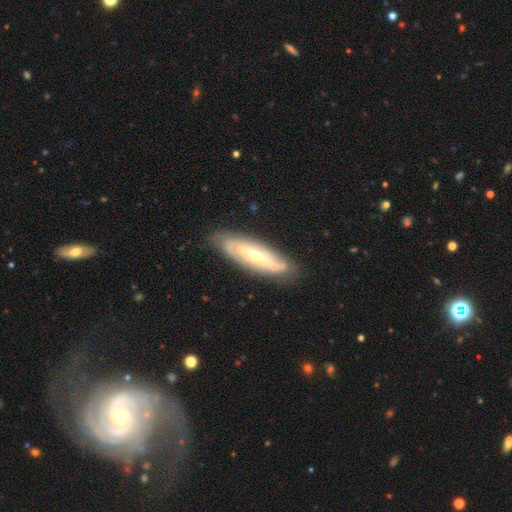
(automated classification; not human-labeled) Smooth or featured? Predicted: featured or disk (p=0.73). Edge-on disk? Predicted: no (p=0.72). Bar? Predicted: no (p=0.47). Spiral arms? Predicted: yes (p=0.68). Bulge size? Predicted: small (p=0.48, tied with moderate). Merging? Predicted: none (p=0.73).